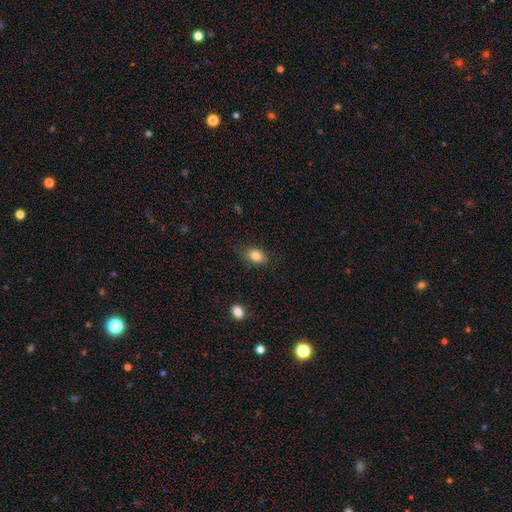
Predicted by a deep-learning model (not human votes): Smooth or featured? Predicted: smooth (p=0.84). How rounded? Predicted: in between (p=0.82). Merging? Predicted: none (p=0.78).